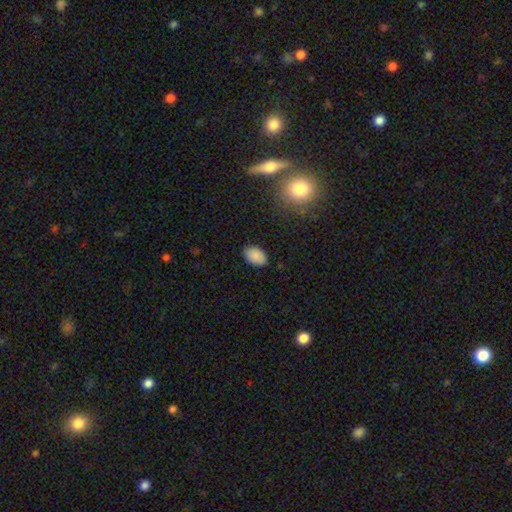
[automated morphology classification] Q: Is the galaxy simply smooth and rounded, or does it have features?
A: smooth — 88%.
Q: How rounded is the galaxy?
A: in between — 89%.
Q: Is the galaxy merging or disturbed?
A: none — 86%.